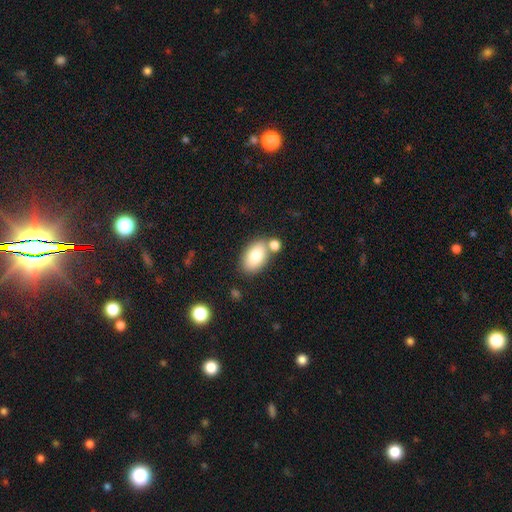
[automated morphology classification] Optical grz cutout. It shows a smooth galaxy with no disk features (79%) that is in between round and cigar-shaped (90%). Merging: none (65%).